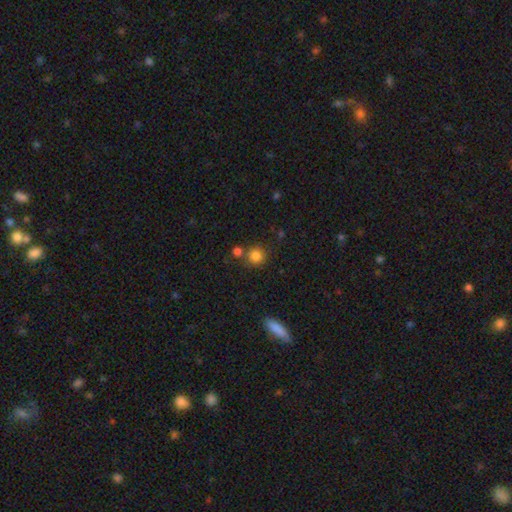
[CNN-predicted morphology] type=smooth (82%); roundness=round (89%); merging=none (69%).